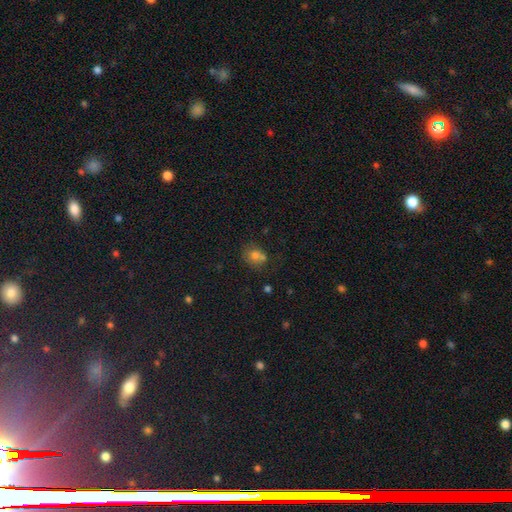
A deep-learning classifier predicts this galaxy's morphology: Smooth or featured: smooth — 71% (star or artifact — 17%)
How rounded: round — 62% (in between — 37%)
Merging: none — 52% (merger — 25%)